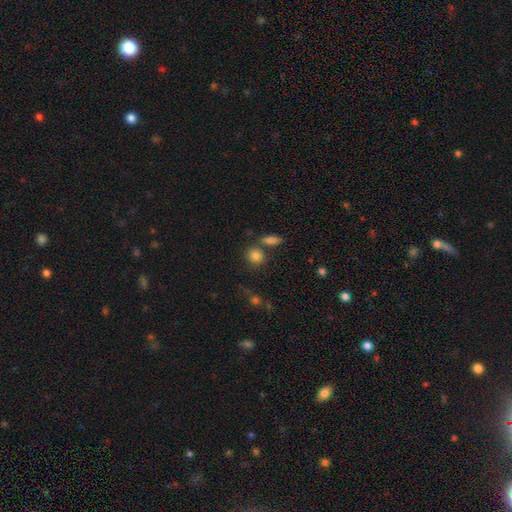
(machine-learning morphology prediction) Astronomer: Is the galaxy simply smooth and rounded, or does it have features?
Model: smooth — 84%.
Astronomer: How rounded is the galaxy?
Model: round — 79%.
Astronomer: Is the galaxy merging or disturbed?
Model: none — 68%.